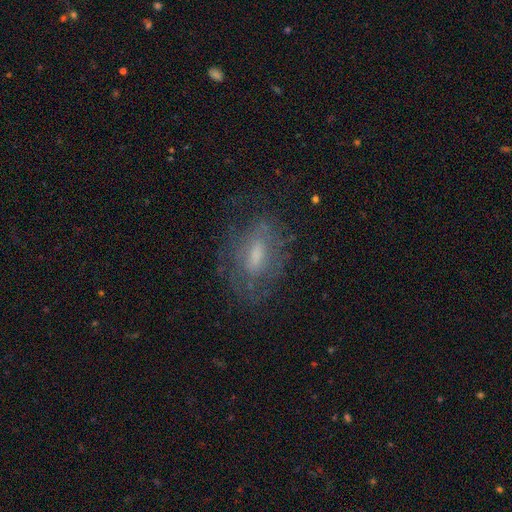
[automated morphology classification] featured or disk 53%, smooth 36%, star or artifact 11%. Down the decision tree: edge-on disk — no (89%); merging — none (65%).